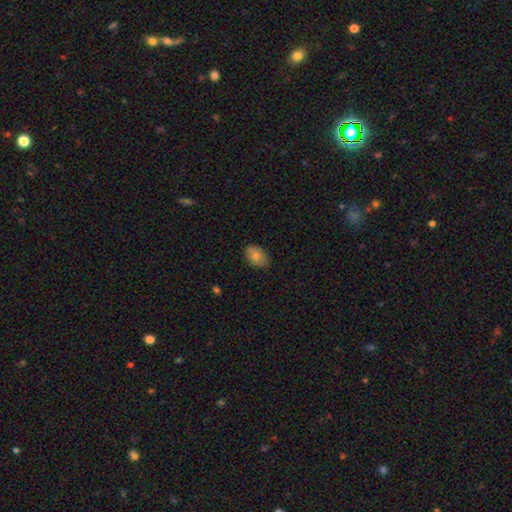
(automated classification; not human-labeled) Q: Smooth or featured?
A: smooth (72%); runner-up: featured or disk (19%)
Q: How rounded?
A: in between (86%); runner-up: round (13%)
Q: Merging?
A: none (83%); runner-up: minor disturbance (14%)